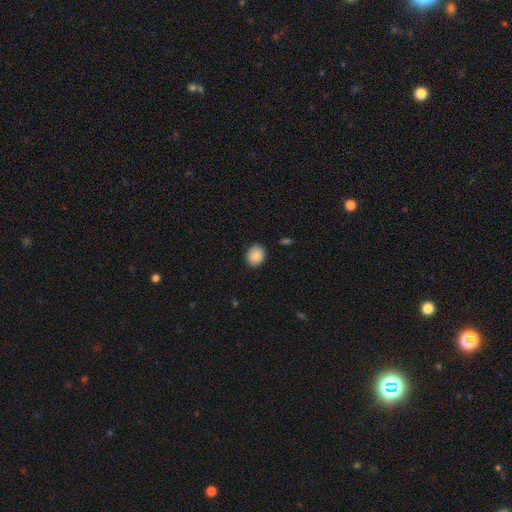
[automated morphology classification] A smooth galaxy with no disk features (88%) that is round (59%). Merging: none (85%).